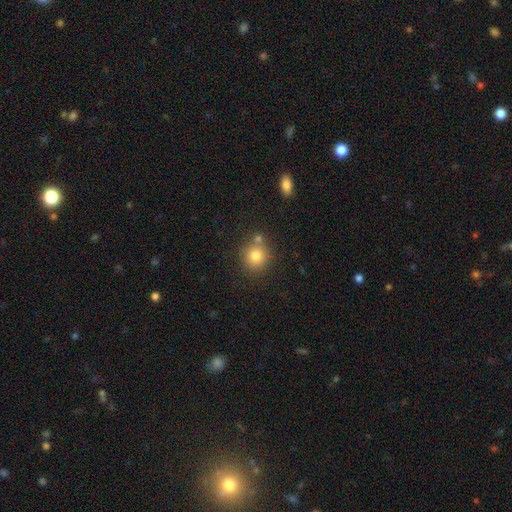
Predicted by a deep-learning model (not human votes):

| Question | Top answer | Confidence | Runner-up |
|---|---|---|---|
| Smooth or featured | smooth | 80% | star or artifact (11%) |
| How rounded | round | 87% | in between (12%) |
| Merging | none | 70% | merger (16%) |